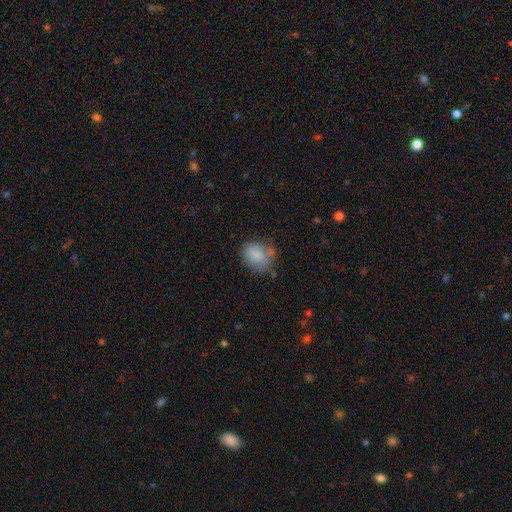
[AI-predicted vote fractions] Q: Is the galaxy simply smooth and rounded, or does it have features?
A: smooth — 82%.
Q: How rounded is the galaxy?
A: in between — 52%.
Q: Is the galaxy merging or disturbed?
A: none — 57%.